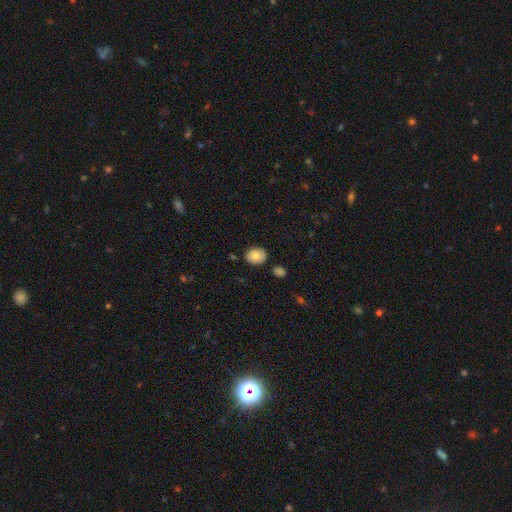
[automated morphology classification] This is likely a smooth galaxy (77%). How rounded: possibly round (52%). Merging: clearly none (82%).